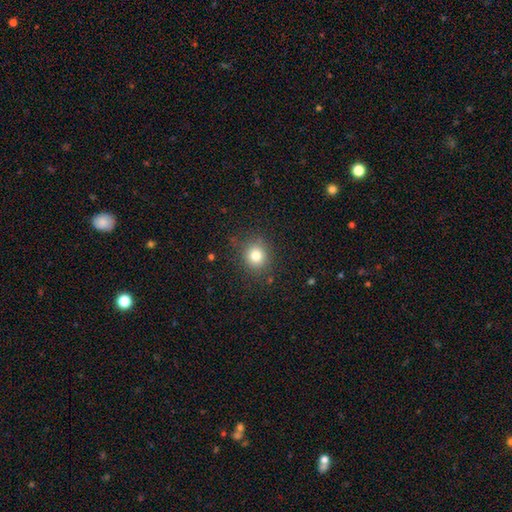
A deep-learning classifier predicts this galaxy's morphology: Smooth or featured? smooth (79%)
How rounded? round (85%)
Merging? none (84%)